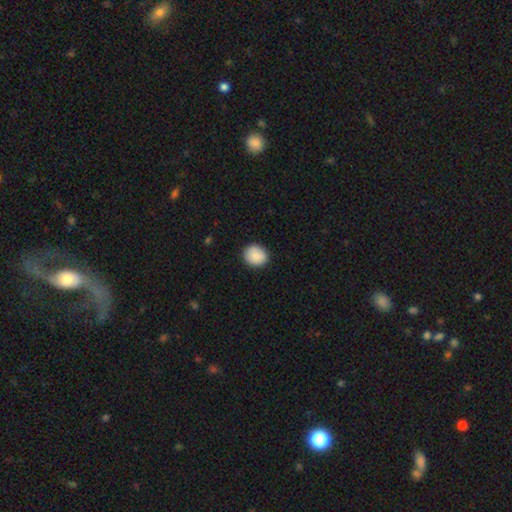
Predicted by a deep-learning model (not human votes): Smooth or featured? smooth (87%)
How rounded? round (72%)
Merging? none (89%)